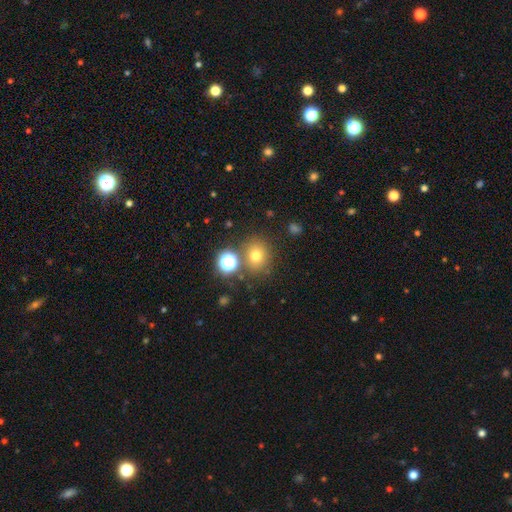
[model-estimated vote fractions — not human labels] smooth-or-featured: smooth: 70% | star or artifact: 20% | featured or disk: 10%
  how-rounded: round: 79% | in between: 20% | cigar-shaped: 1%
  merging: none: 76% | merger: 11% | minor disturbance: 9% | major disturbance: 4%